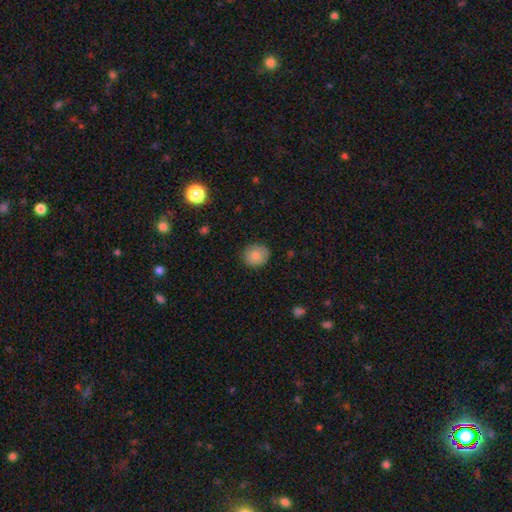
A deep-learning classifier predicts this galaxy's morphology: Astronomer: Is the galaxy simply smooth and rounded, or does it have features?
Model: smooth — 84%.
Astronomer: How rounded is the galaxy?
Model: round — 79%.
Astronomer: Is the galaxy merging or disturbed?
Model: none — 86%.